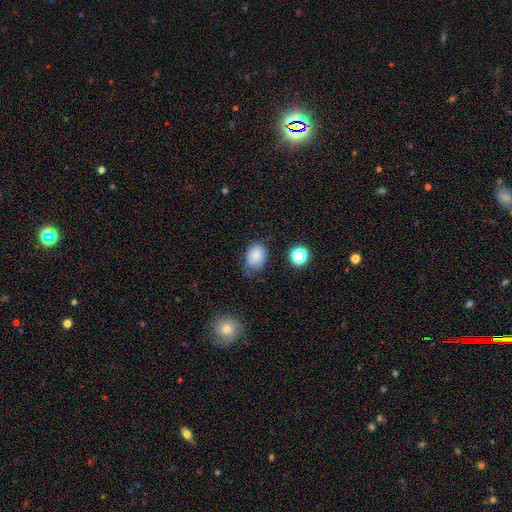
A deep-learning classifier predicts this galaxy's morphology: Q: Smooth or featured?
A: smooth (78%); runner-up: featured or disk (12%)
Q: How rounded?
A: in between (72%); runner-up: round (27%)
Q: Merging?
A: none (59%); runner-up: minor disturbance (29%)